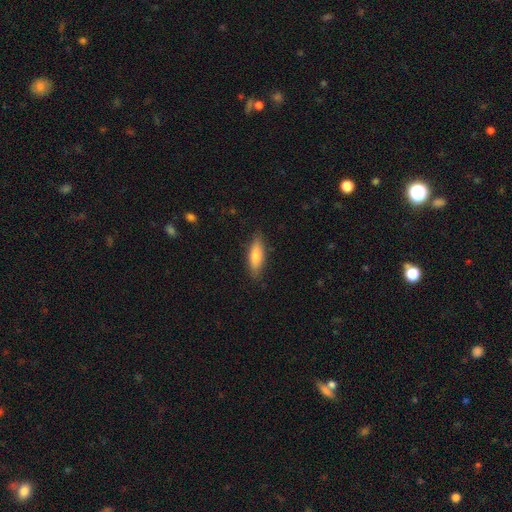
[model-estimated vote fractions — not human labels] Smooth or featured: smooth — 75% (featured or disk — 19%)
How rounded: in between — 54% (cigar-shaped — 44%)
Merging: none — 84% (minor disturbance — 13%)